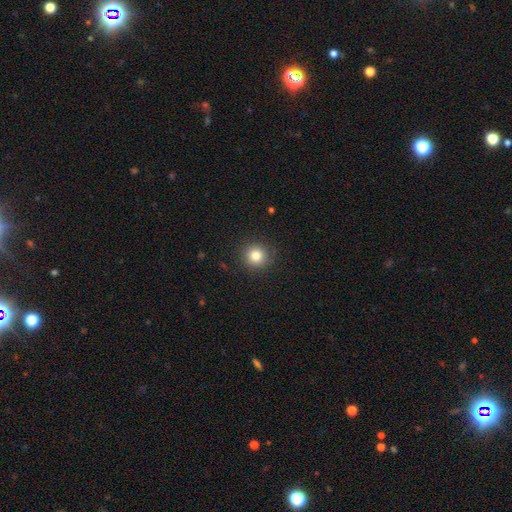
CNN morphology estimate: smooth 82%, star or artifact 12%, featured or disk 6%. Down the decision tree: how rounded — round (94%); merging — none (90%).